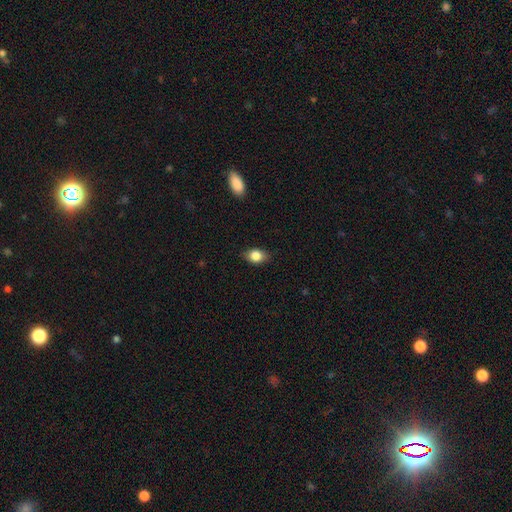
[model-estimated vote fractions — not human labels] smooth_or_featured: smooth (p=0.83) [alt: featured or disk p=0.09]
how_rounded: in between (p=0.73) [alt: round p=0.25]
merging: none (p=0.82) [alt: minor disturbance p=0.14]